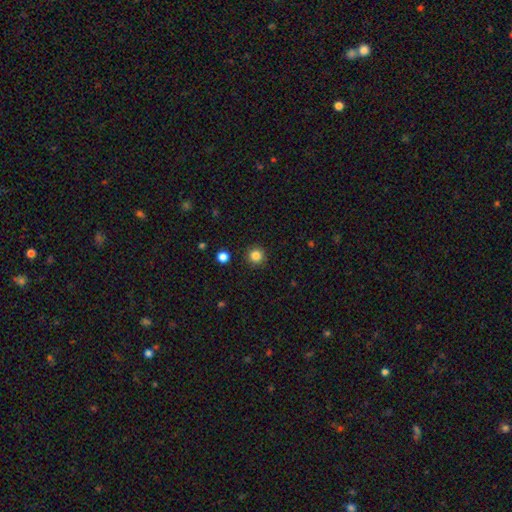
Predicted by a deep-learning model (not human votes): Smooth or featured?
  - smooth: 84% *
  - star or artifact: 12%
  - featured or disk: 4%
How rounded?
  - round: 95% *
  - in between: 4%
  - cigar-shaped: 1%
Merging?
  - none: 92% *
  - minor disturbance: 5%
  - major disturbance: 2%
  - merger: 1%